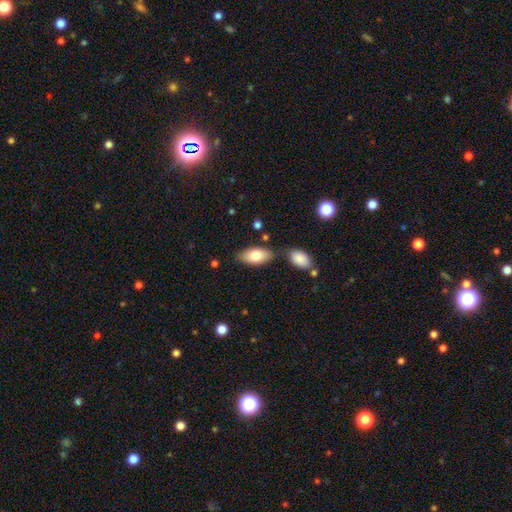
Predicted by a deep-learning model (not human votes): This appears to be a smooth galaxy with no disk features (79%) that is in between round and cigar-shaped (92%). Merging: none (73%).